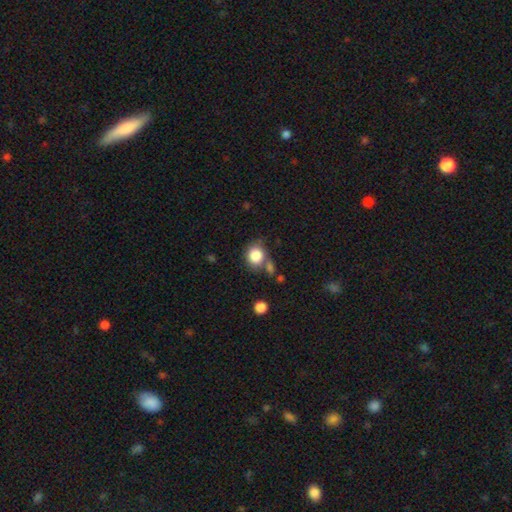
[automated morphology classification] type=smooth (84%); roundness=round (71%); merging=none (60%).